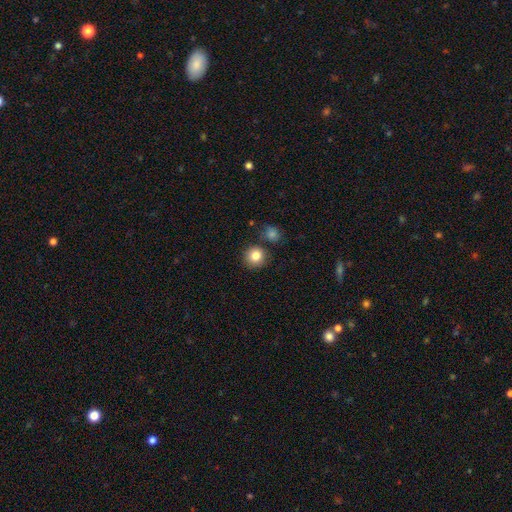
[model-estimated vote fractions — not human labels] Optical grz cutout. It shows a smooth galaxy with no disk features (84%) that is round (92%). Merging: none (82%).